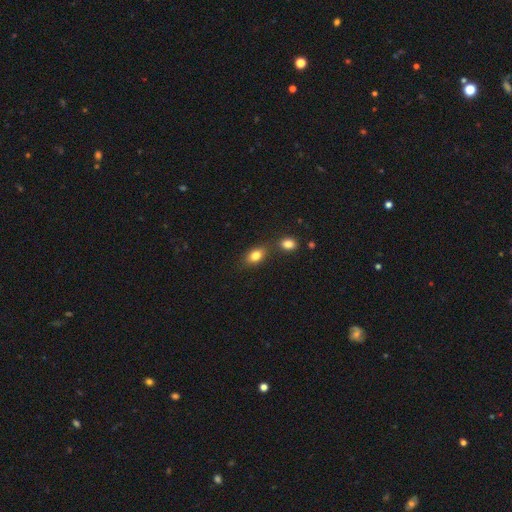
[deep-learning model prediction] Overall: smooth (81%). How rounded: in between (80%). Merging: none (67%).